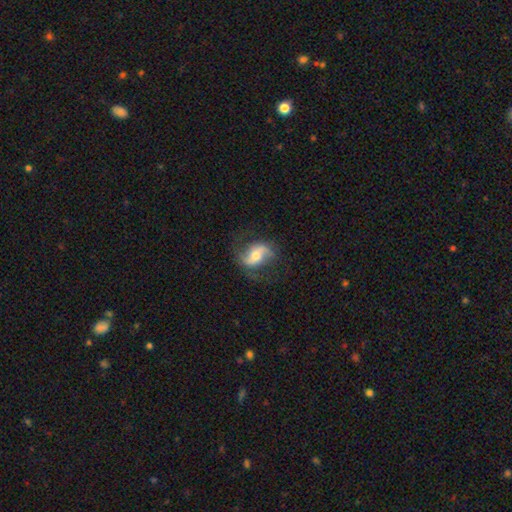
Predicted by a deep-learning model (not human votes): smooth_or_featured: featured or disk (p=0.72) [alt: smooth p=0.21]
disk_edge_on: no (p=0.95) [alt: yes p=0.05]
bar: no (p=0.41) [alt: weak p=0.35]
has_spiral_arms: yes (p=0.90) [alt: no p=0.10]
spiral_winding: loose (p=0.66) [alt: medium p=0.26]
spiral_arm_count: 2 (p=0.90) [alt: can't tell p=0.04]
bulge_size: moderate (p=0.63) [alt: small p=0.27]
merging: none (p=0.72) [alt: minor disturbance p=0.17]